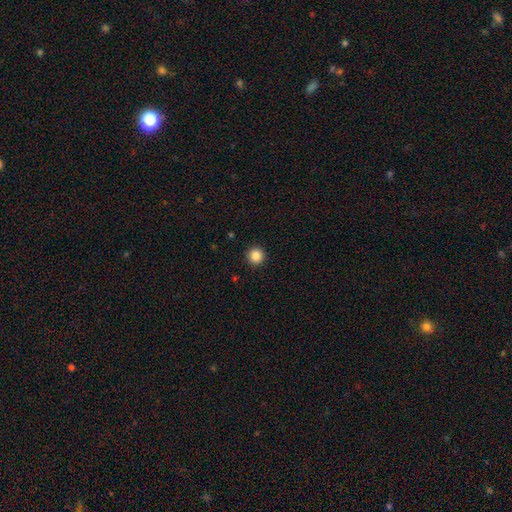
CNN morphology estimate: The model was most divided on "smooth or featured": smooth: 86%, star or artifact: 11%, featured or disk: 3%. More confident: how rounded — round (96%); merging — none (93%).